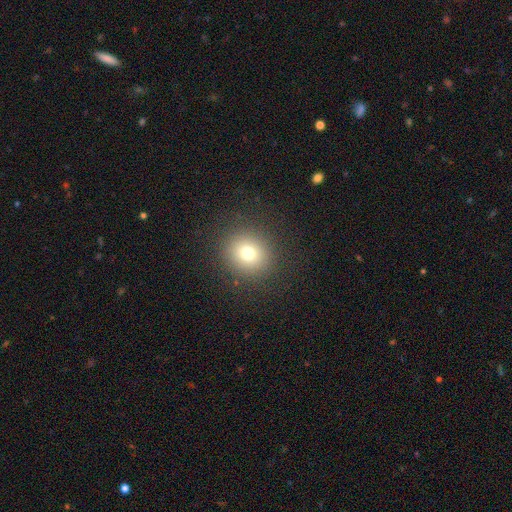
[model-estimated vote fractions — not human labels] Q: Smooth or featured?
A: smooth (75%); runner-up: star or artifact (16%)
Q: How rounded?
A: round (86%); runner-up: in between (13%)
Q: Merging?
A: none (90%); runner-up: minor disturbance (6%)